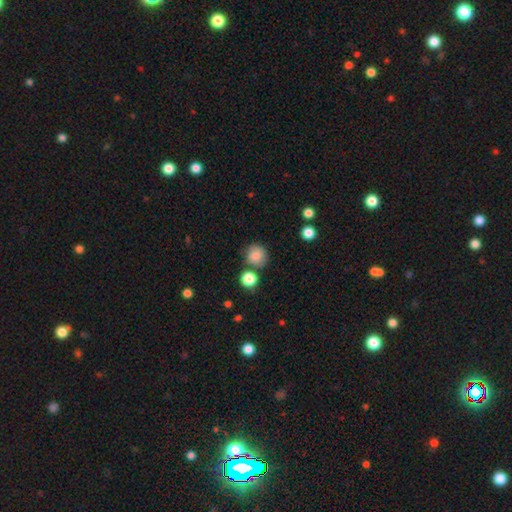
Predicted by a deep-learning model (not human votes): This appears to be a smooth galaxy with no disk features (84%) that is round (89%). Merging: none (76%).